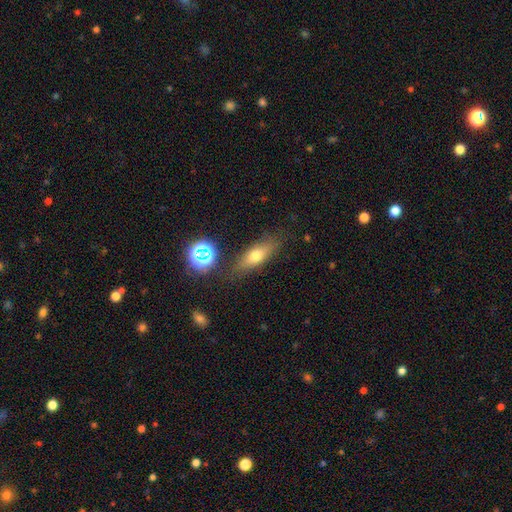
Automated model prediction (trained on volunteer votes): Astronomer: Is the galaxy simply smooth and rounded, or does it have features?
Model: smooth — 61%.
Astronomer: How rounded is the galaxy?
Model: in between — 52% (runner-up: cigar-shaped, 42%).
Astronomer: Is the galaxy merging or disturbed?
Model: none — 79%.